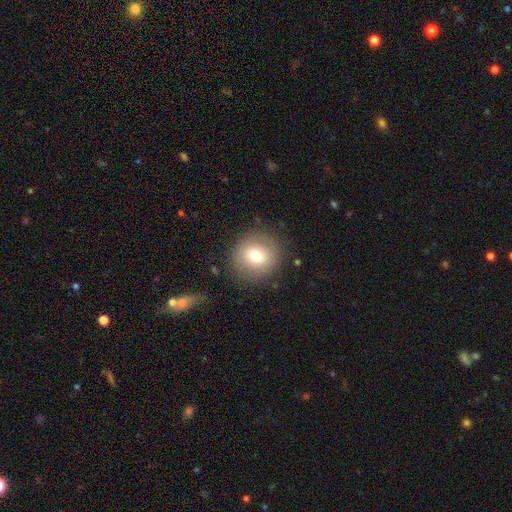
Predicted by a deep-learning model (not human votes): Overall: smooth (71%). How rounded: round (91%). Merging: none (84%).